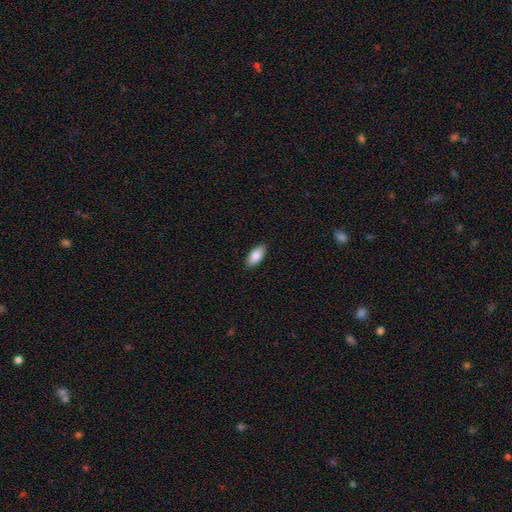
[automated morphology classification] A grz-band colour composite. It shows a smooth galaxy with no disk features (86%) that is in between round and cigar-shaped (89%). Merging: none (89%).